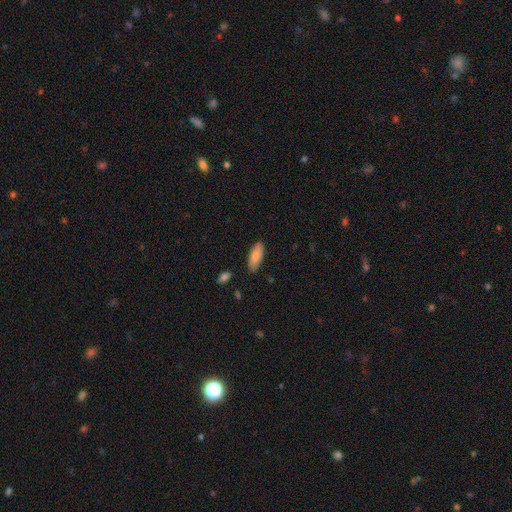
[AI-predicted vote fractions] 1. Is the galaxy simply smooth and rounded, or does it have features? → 84% smooth, 10% featured or disk, 6% star or artifact.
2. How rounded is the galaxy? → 79% in between, 19% cigar-shaped, 2% round.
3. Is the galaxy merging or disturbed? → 86% none, 11% minor disturbance, 2% major disturbance, 2% merger.